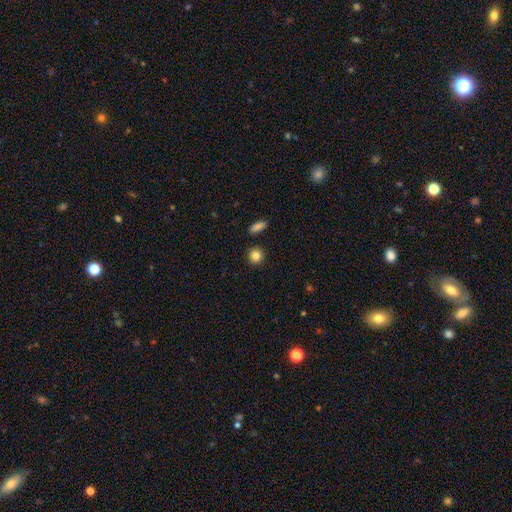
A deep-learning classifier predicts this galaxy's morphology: type=smooth (85%); roundness=round (90%); merging=none (89%).